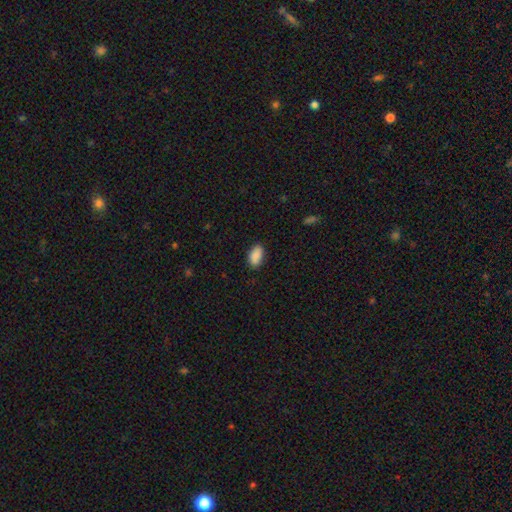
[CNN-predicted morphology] The model was most divided on "merging": none: 83%, minor disturbance: 13%, major disturbance: 3%, merger: 1%. More confident: how rounded — in between (93%); smooth or featured — smooth (89%).